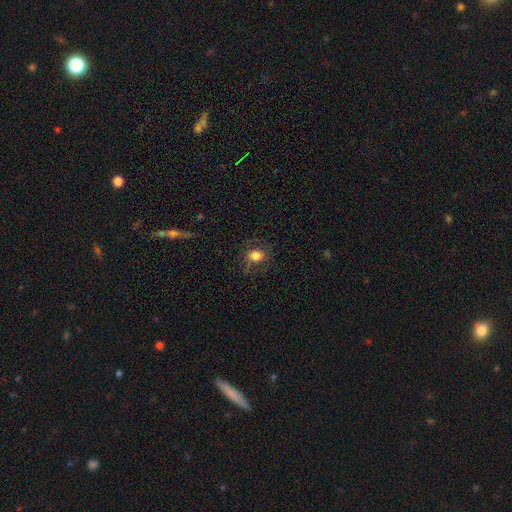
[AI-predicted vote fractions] This is likely a smooth galaxy (74%). How rounded: possibly round (57%). Merging: likely none (72%).